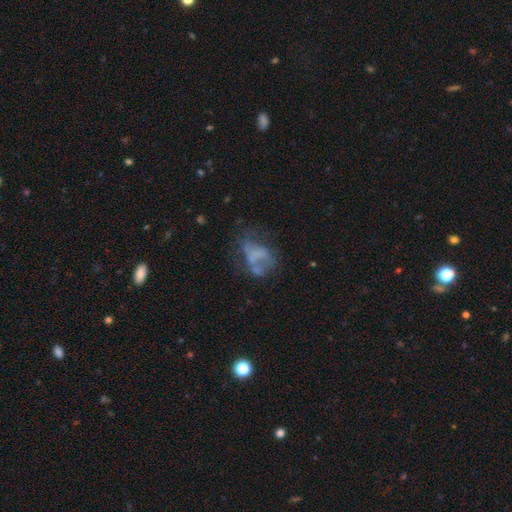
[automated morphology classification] This appears to be a featured or disk galaxy (49%). Merging: major disturbance (35%).